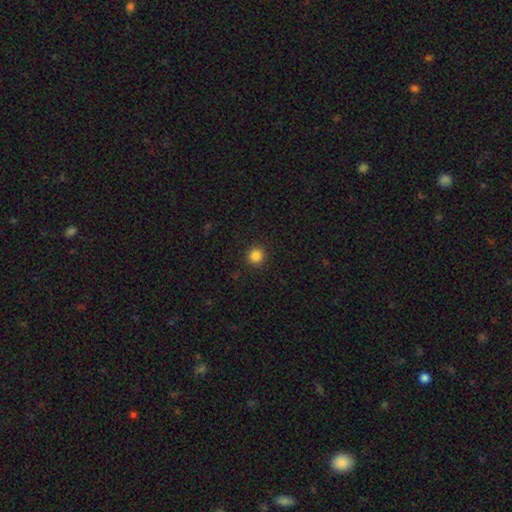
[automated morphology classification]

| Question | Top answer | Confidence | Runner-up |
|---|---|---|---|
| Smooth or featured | smooth | 84% | star or artifact (12%) |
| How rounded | round | 94% | in between (5%) |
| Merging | none | 92% | minor disturbance (5%) |